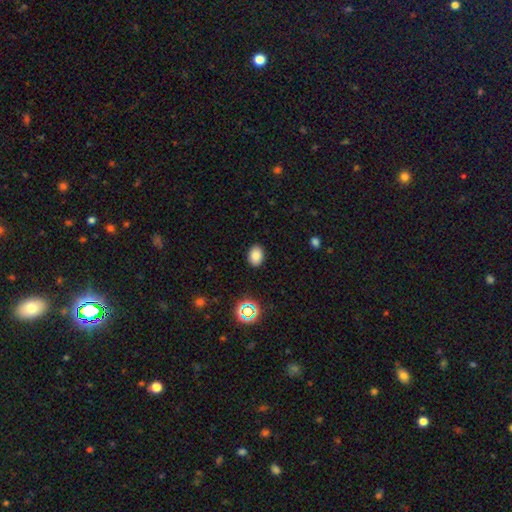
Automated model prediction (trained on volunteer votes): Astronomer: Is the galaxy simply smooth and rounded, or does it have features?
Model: smooth — 82%.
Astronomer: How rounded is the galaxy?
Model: in between — 77%.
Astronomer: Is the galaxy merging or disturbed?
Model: none — 88%.